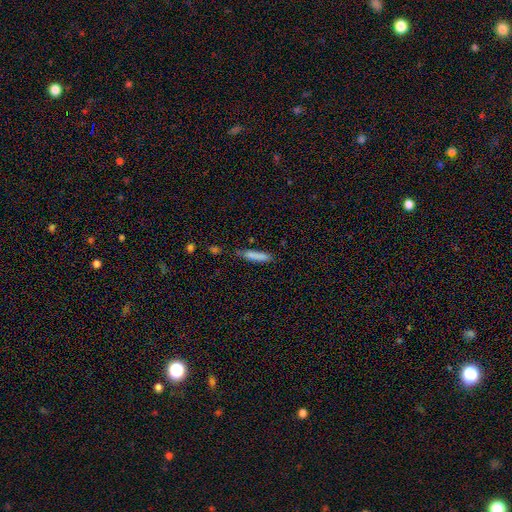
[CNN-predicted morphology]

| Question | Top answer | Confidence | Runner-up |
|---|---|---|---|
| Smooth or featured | smooth | 82% | featured or disk (11%) |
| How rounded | cigar-shaped | 85% | in between (13%) |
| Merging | none | 76% | minor disturbance (17%) |